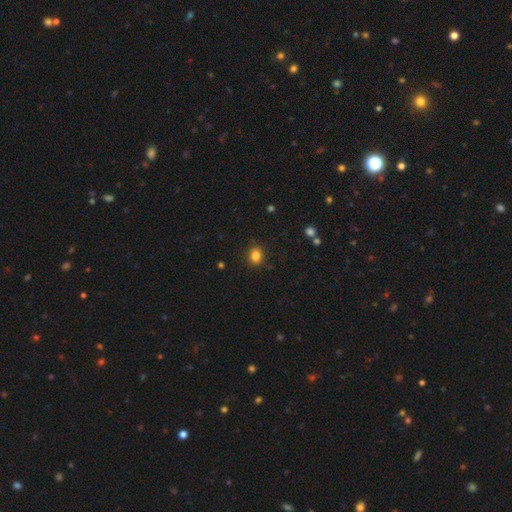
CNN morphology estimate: A smooth galaxy with no disk features (84%) that is round (55%).

Vote fractions:
- Smooth or featured? smooth: 84% / star or artifact: 12% / featured or disk: 5%
- How rounded? round: 55% / in between: 44% / cigar-shaped: 1%
- Merging? none: 87% / minor disturbance: 9% / major disturbance: 2% / merger: 1%